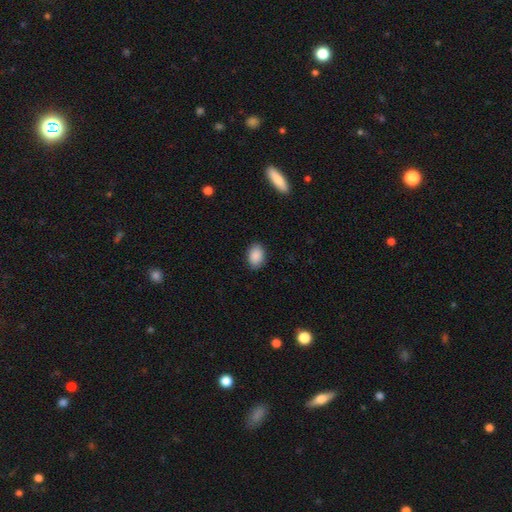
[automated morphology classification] Smooth or featured? Predicted: smooth (p=0.90). How rounded? Predicted: in between (p=0.82). Merging? Predicted: none (p=0.87).